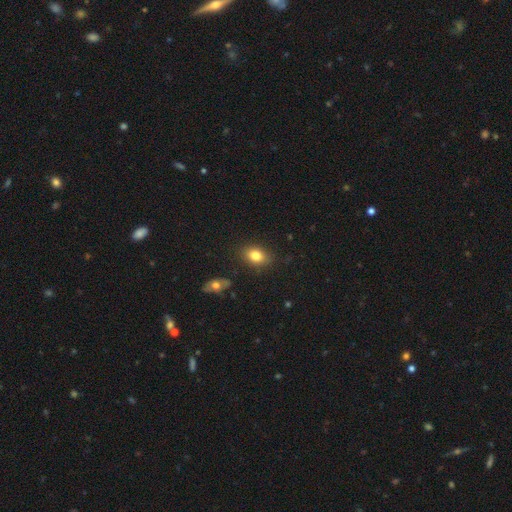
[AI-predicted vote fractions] smooth-or-featured: smooth: 81% | featured or disk: 10% | star or artifact: 9%
  how-rounded: in between: 75% | round: 23% | cigar-shaped: 2%
  merging: none: 82% | minor disturbance: 13% | major disturbance: 3% | merger: 2%